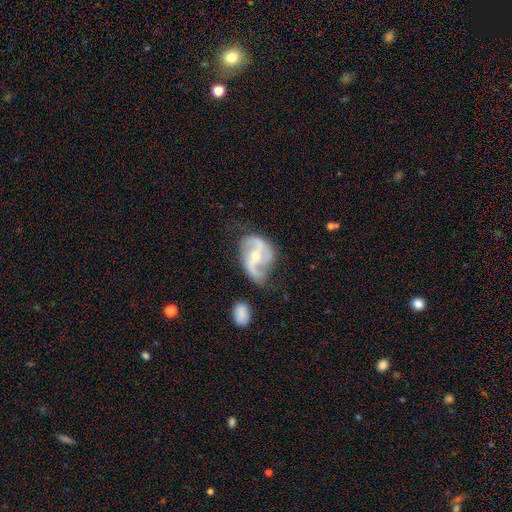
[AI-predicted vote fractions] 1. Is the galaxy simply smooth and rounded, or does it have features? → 87% featured or disk, 8% smooth, 5% star or artifact.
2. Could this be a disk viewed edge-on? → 97% no, 3% yes.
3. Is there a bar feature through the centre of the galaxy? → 38% weak, 32% strong, 30% no.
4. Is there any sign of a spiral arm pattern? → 94% yes, 6% no.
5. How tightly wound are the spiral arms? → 51% loose, 38% medium, 10% tight.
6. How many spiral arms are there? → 88% 2, 4% can't tell, 3% 1, 3% 3, 1% 4, 1% more than 4.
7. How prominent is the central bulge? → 54% small, 43% moderate, 1% large, 1% none, 1% dominant.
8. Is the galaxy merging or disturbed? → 55% none, 26% minor disturbance, 15% major disturbance, 4% merger.